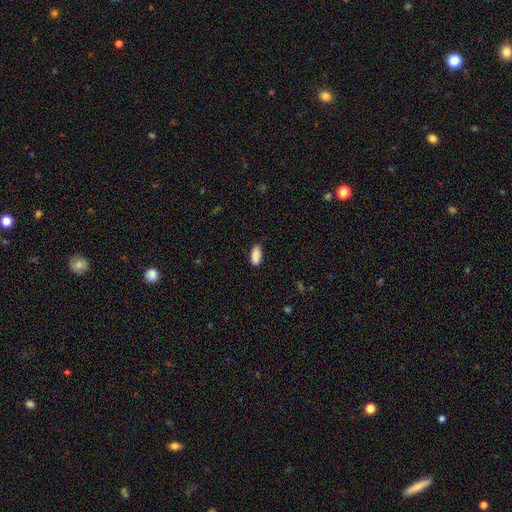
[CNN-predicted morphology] smooth-or-featured: smooth: 89% | star or artifact: 7% | featured or disk: 4%
  how-rounded: in between: 91% | cigar-shaped: 7% | round: 2%
  merging: none: 68% | minor disturbance: 27% | major disturbance: 4% | merger: 2%